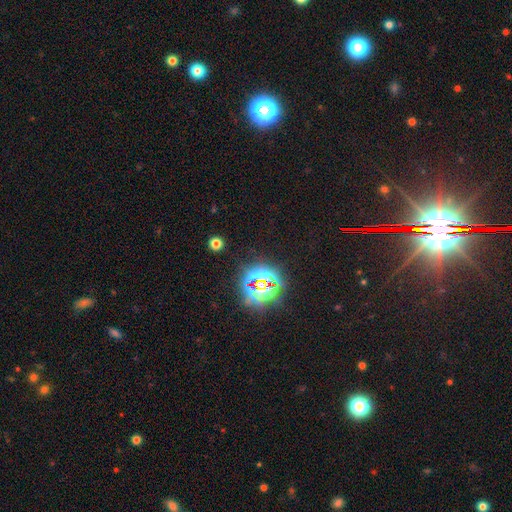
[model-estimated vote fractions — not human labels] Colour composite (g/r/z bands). It shows a star or artifact, not a galaxy (74%).